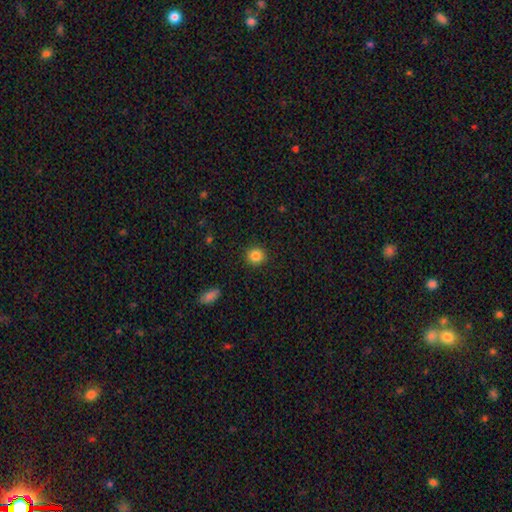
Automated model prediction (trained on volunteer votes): The model was most divided on "smooth or featured": smooth: 85%, star or artifact: 10%, featured or disk: 4%. More confident: merging — none (91%); how rounded — round (90%).